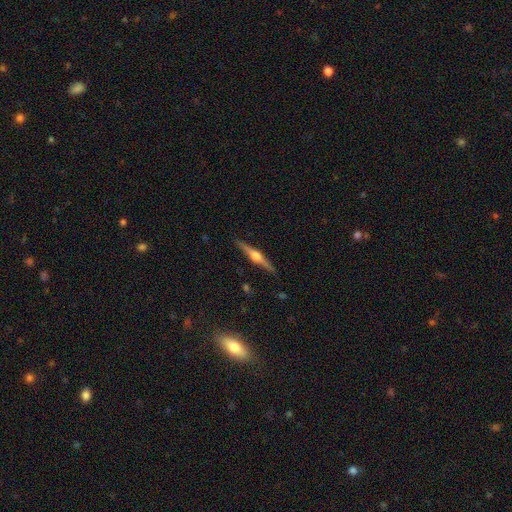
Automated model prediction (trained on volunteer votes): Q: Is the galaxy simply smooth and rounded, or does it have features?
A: featured or disk — 80%.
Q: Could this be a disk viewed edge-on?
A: yes — 98%.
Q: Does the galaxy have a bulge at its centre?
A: rounded — 94%.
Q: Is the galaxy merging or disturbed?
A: none — 91%.